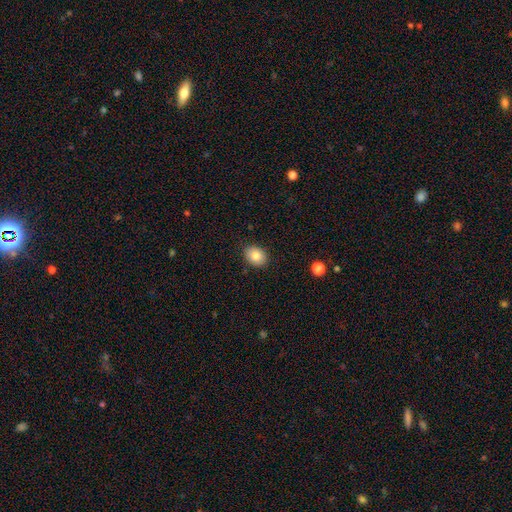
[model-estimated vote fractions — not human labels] A smooth galaxy with no disk features (83%) that is in between round and cigar-shaped (62%). Merging: none (87%).